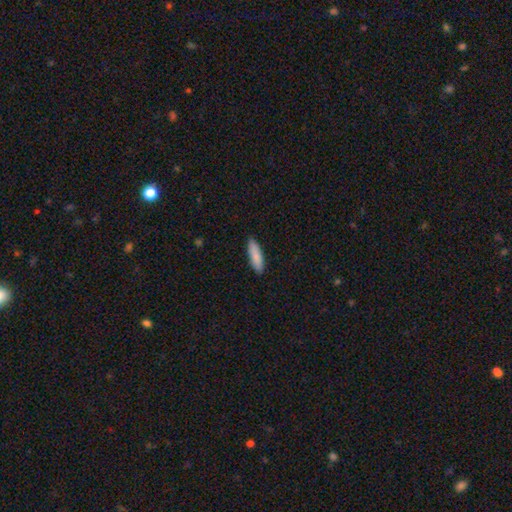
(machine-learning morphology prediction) Overall: smooth (88%). How rounded: cigar-shaped (52%; in between 46%). Merging: none (87%).